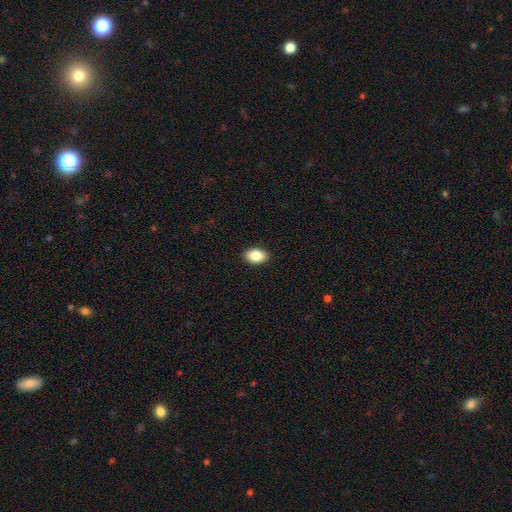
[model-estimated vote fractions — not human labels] Smooth or featured?
  - smooth: 86% *
  - star or artifact: 7%
  - featured or disk: 7%
How rounded?
  - in between: 90% *
  - round: 8%
  - cigar-shaped: 2%
Merging?
  - none: 91% *
  - minor disturbance: 7%
  - major disturbance: 2%
  - merger: 1%